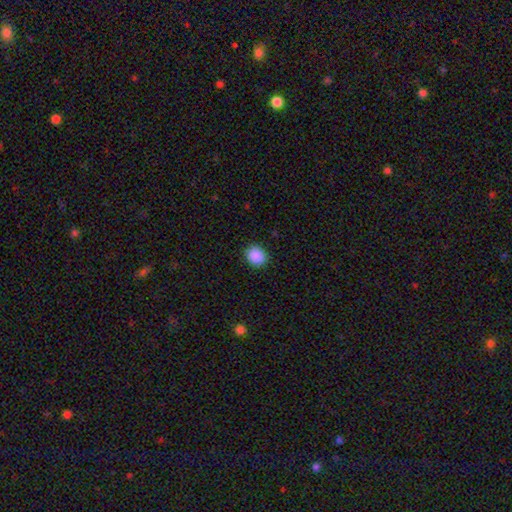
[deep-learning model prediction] Smooth or featured? Predicted: smooth (p=0.89). How rounded? Predicted: round (p=0.76). Merging? Predicted: none (p=0.90).